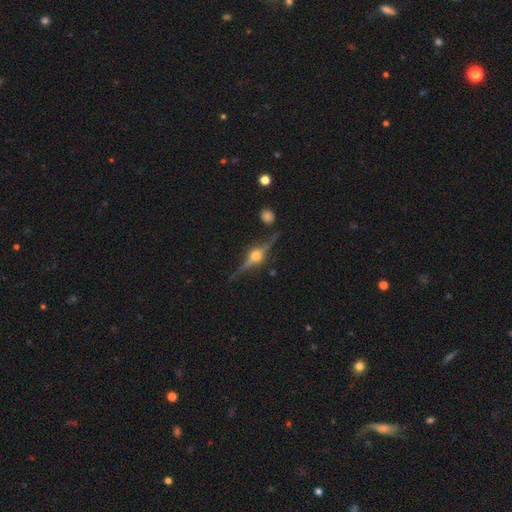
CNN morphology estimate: Smooth or featured: featured or disk — 86% (smooth — 7%)
Edge-on disk: yes — 97% (no — 3%)
Edge-on bulge: rounded — 95% (boxy — 4%)
Merging: none — 85% (minor disturbance — 10%)